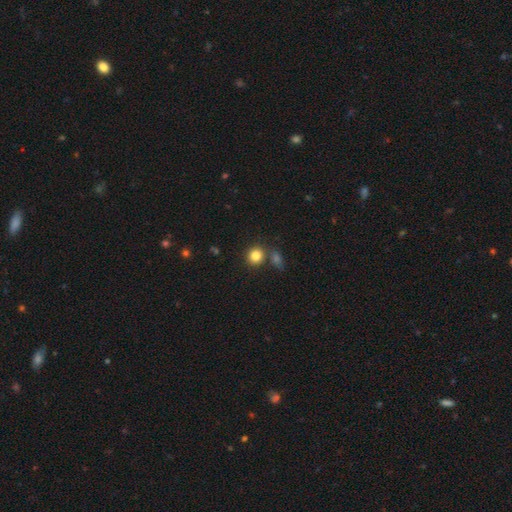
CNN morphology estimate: Smooth or featured? smooth (83%)
How rounded? round (84%)
Merging? none (72%)